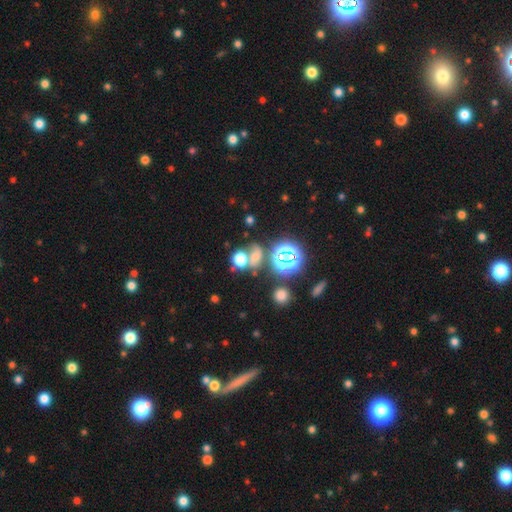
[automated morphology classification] type=smooth (48%); merging=none (47%).